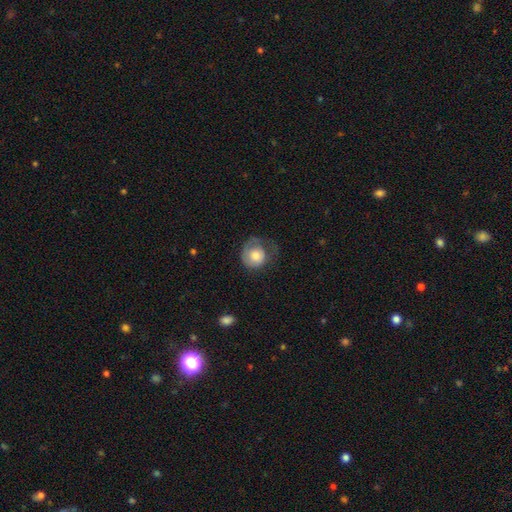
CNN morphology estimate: Q: Smooth or featured?
A: smooth (64%); runner-up: featured or disk (29%)
Q: How rounded?
A: round (80%); runner-up: in between (19%)
Q: Merging?
A: none (36%); tied with: major disturbance (36%)